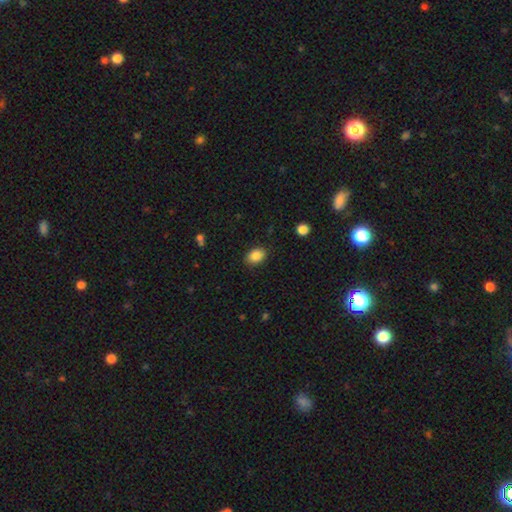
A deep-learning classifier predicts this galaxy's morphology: This is clearly a smooth galaxy (87%). How rounded: likely in between (78%). Merging: clearly none (87%).